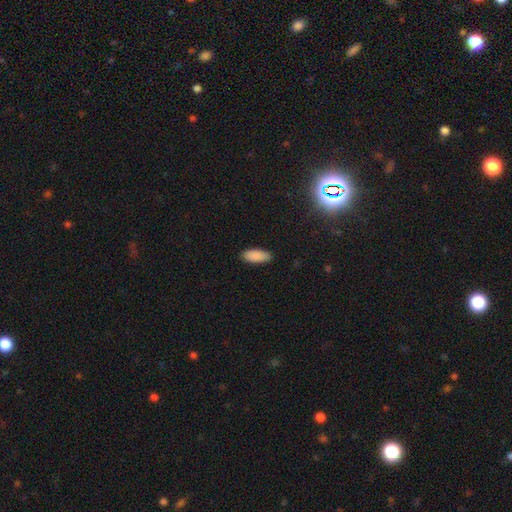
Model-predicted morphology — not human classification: This appears to be a smooth galaxy with no disk features (89%) that is in between round and cigar-shaped (81%). Merging: none (89%).